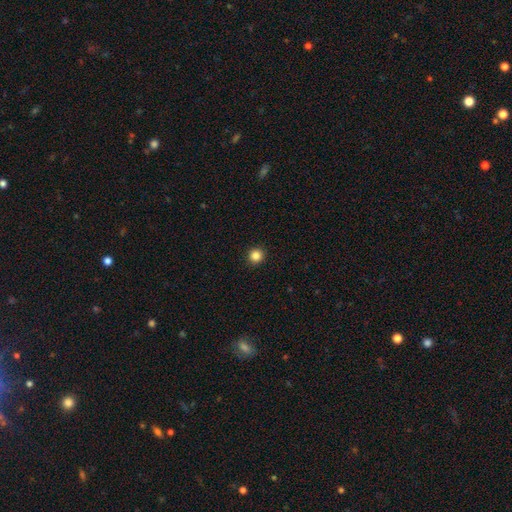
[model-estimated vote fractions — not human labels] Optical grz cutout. It shows a smooth galaxy with no disk features (85%) that is round (95%). Merging: none (93%).